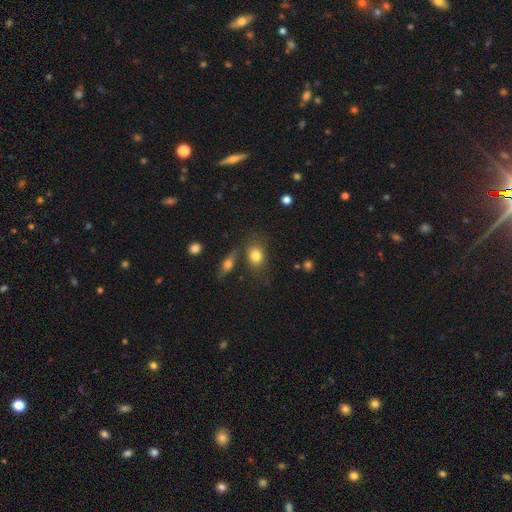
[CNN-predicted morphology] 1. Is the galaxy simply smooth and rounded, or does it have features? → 79% smooth, 11% featured or disk, 10% star or artifact.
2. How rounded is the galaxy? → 62% in between, 36% round, 2% cigar-shaped.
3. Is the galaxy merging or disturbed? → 67% none, 15% minor disturbance, 13% merger, 5% major disturbance.